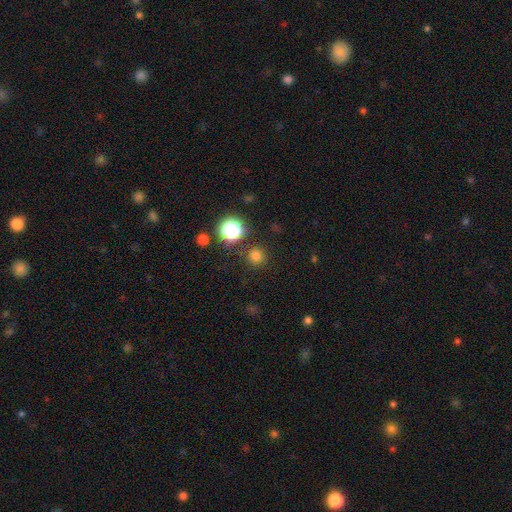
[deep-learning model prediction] smooth-or-featured: smooth: 74% | star or artifact: 21% | featured or disk: 5%
  how-rounded: round: 95% | in between: 4% | cigar-shaped: 1%
  merging: none: 88% | minor disturbance: 7% | major disturbance: 3% | merger: 3%